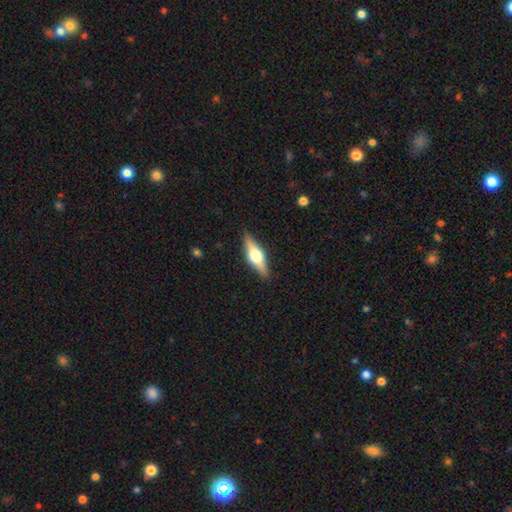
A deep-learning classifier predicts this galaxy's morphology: smooth-or-featured: featured or disk: 63% | smooth: 31% | star or artifact: 6%
  disk-edge-on: yes: 95% | no: 5%
    edge-on-bulge: rounded: 95% | boxy: 4% | none: 1%
  merging: none: 89% | minor disturbance: 8% | major disturbance: 2% | merger: 1%